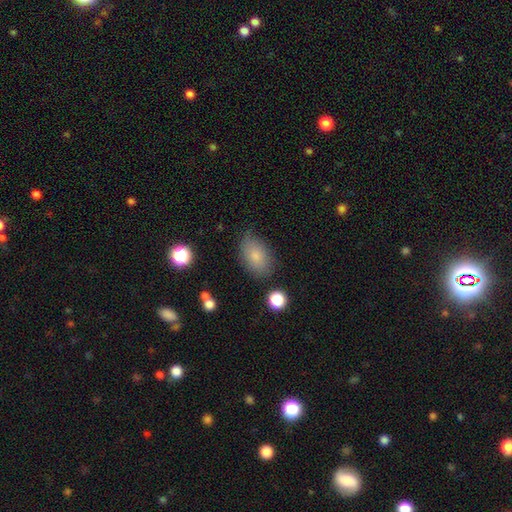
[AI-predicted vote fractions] A smooth galaxy with no disk features (80%) that is in between round and cigar-shaped (88%).

Vote fractions:
- Smooth or featured? smooth: 80% / featured or disk: 11% / star or artifact: 9%
- How rounded? in between: 88% / round: 10% / cigar-shaped: 2%
- Merging? none: 74% / minor disturbance: 19% / major disturbance: 5% / merger: 2%